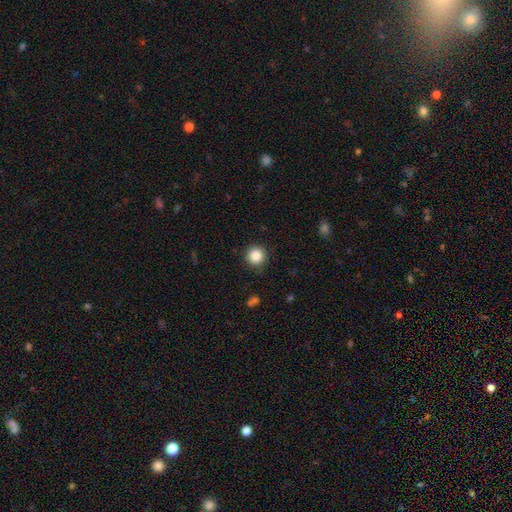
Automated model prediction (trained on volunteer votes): Morphology: type=smooth (85%); roundness=round (95%); merging=none (89%).